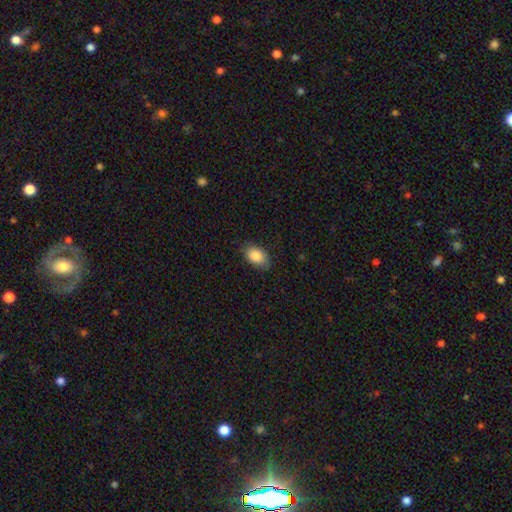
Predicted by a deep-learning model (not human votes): Smooth or featured? smooth (87%)
How rounded? in between (89%)
Merging? none (81%)